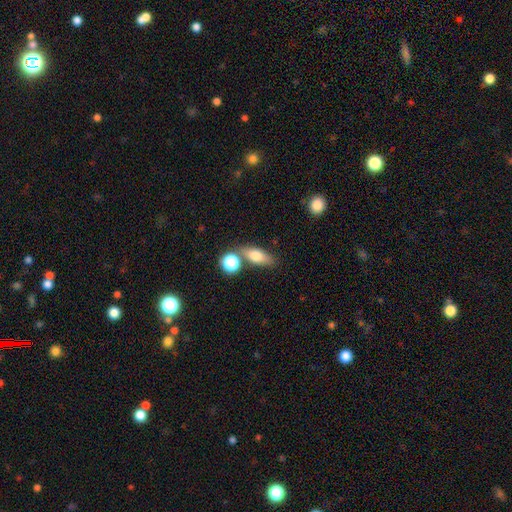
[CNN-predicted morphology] Smooth or featured? Predicted: smooth (p=0.71). How rounded? Predicted: in between (p=0.66). Merging? Predicted: none (p=0.68).